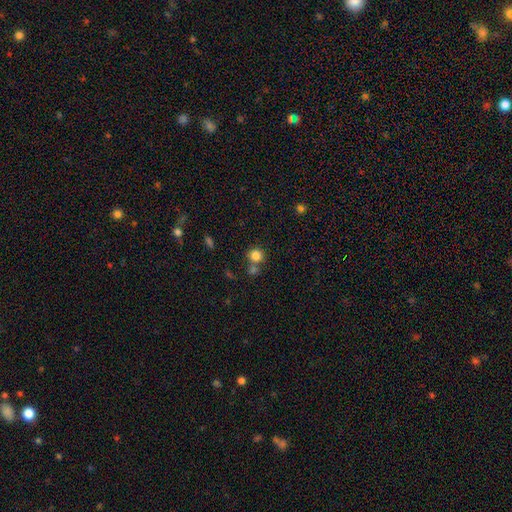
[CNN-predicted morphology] Smooth or featured? smooth (82%)
How rounded? round (89%)
Merging? none (63%)